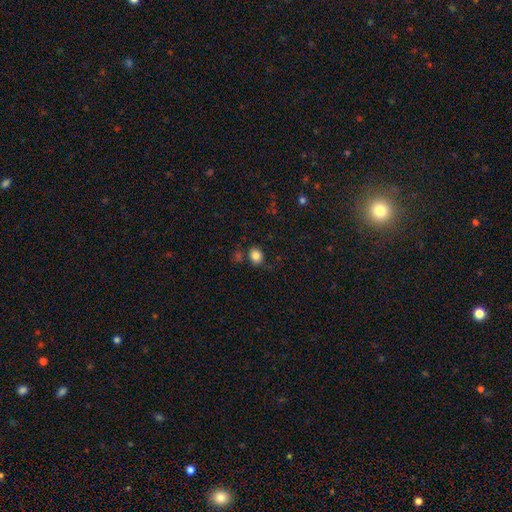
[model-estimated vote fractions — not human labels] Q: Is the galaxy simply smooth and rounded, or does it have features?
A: smooth — 84%.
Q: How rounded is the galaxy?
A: round — 60%.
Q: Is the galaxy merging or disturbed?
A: none — 77%.